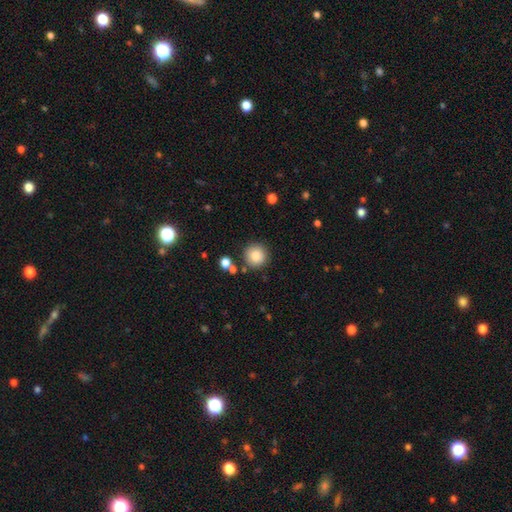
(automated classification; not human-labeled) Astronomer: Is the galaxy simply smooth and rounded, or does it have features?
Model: smooth — 86%.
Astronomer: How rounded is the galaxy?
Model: round — 94%.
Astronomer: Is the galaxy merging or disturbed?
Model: none — 86%.